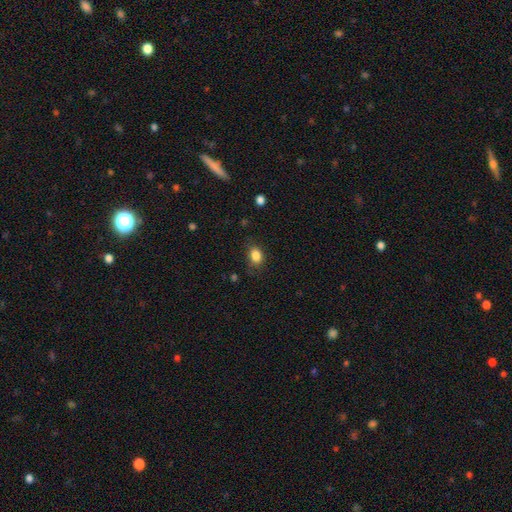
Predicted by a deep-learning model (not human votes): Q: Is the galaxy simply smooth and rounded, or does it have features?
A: smooth — 85%.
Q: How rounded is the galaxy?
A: in between — 67%.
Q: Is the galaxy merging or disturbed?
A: none — 75%.